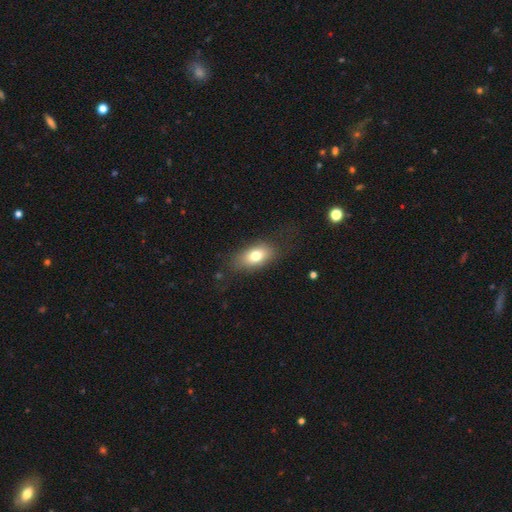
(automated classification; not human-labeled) smooth_or_featured: smooth (p=0.75) [alt: featured or disk p=0.16]
how_rounded: in between (p=0.87) [alt: round p=0.08]
merging: none (p=0.74) [alt: minor disturbance p=0.16]